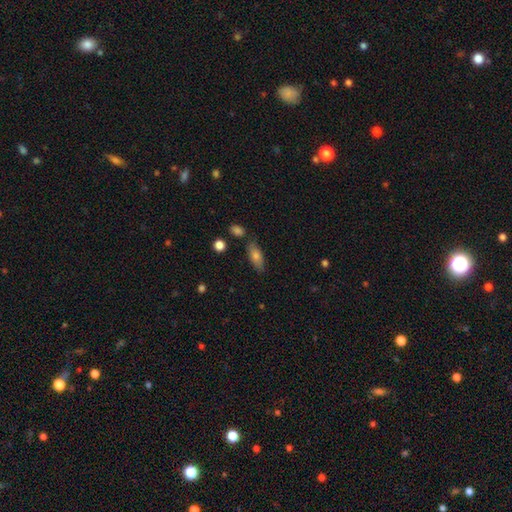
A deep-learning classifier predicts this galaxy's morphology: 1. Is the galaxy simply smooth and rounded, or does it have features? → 74% smooth, 18% featured or disk, 7% star or artifact.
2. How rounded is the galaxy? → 72% in between, 24% cigar-shaped, 3% round.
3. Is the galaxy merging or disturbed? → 78% none, 14% minor disturbance, 5% merger, 3% major disturbance.